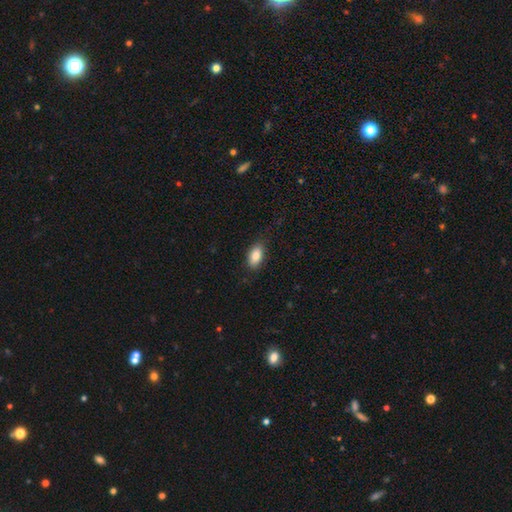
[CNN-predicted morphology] smooth_or_featured: smooth (p=0.85) [alt: featured or disk p=0.08]
how_rounded: in between (p=0.91) [alt: cigar-shaped p=0.05]
merging: none (p=0.81) [alt: minor disturbance p=0.14]